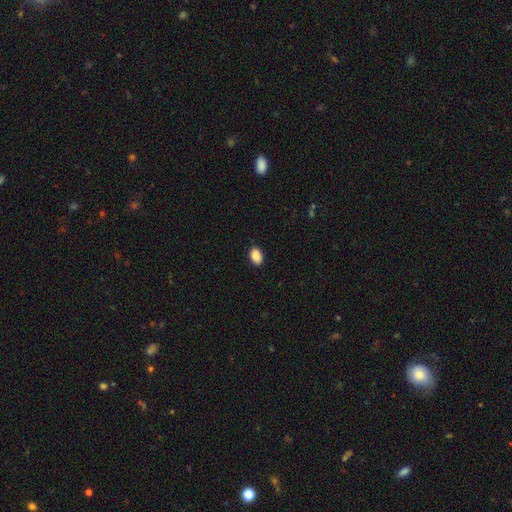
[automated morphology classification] Smooth or featured: smooth — 89% (star or artifact — 8%)
How rounded: in between — 88% (round — 11%)
Merging: none — 85% (minor disturbance — 12%)